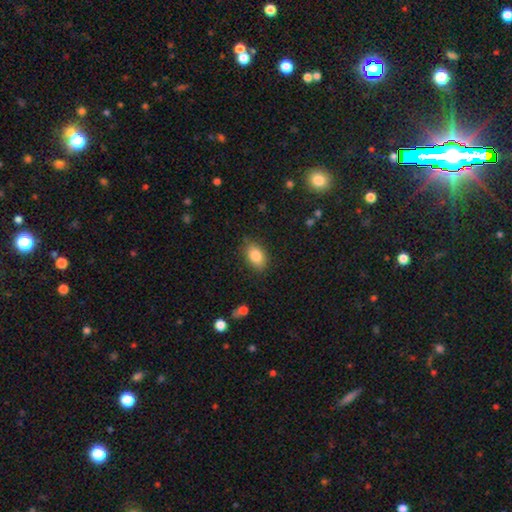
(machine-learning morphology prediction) A smooth galaxy with no disk features (85%) that is in between round and cigar-shaped (87%). Merging: none (83%).